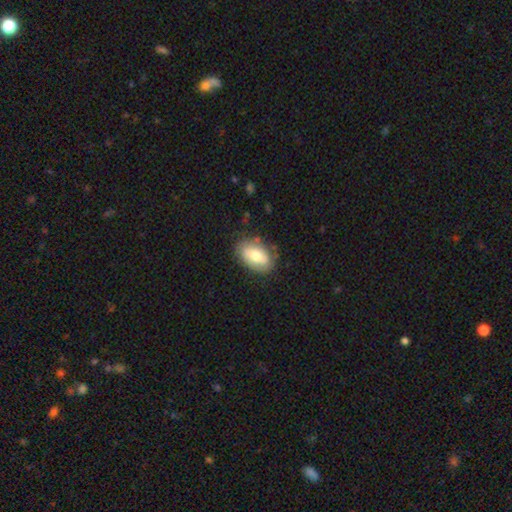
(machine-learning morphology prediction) smooth-or-featured: smooth: 62% | featured or disk: 32% | star or artifact: 7%
  how-rounded: in between: 89% | round: 9% | cigar-shaped: 2%
  merging: none: 76% | minor disturbance: 18% | major disturbance: 5% | merger: 2%